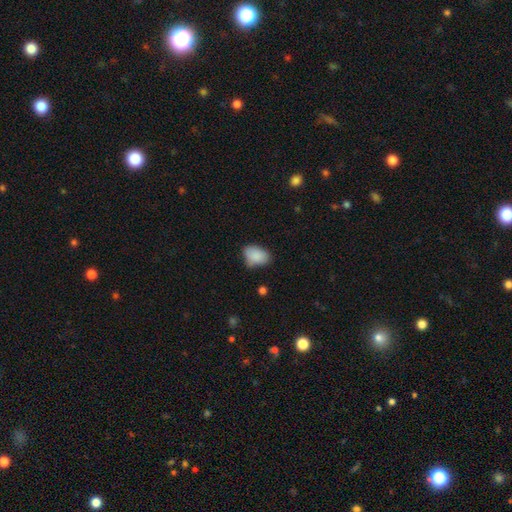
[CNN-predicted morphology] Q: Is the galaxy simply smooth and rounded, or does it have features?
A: smooth — 87%.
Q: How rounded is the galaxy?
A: in between — 82%.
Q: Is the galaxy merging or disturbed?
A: none — 60%.